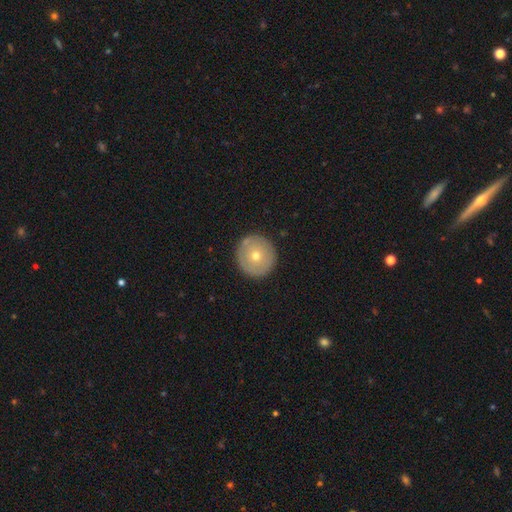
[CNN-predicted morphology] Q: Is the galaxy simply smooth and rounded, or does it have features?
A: smooth — 58%.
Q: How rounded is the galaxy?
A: round — 95%.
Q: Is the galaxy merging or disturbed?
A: none — 90%.